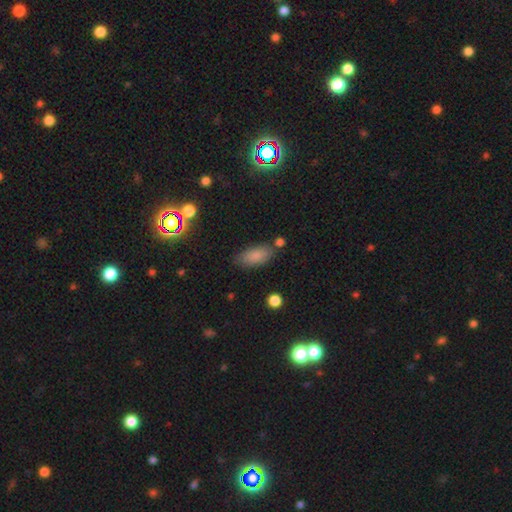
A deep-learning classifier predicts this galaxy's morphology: Overall: smooth (83%). How rounded: in between (86%). Merging: none (75%).